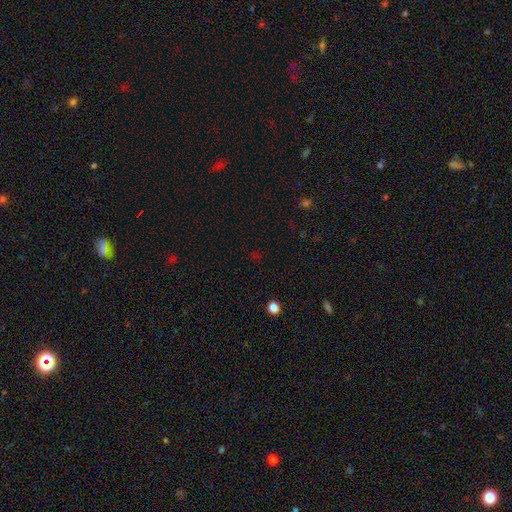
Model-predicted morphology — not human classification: Smooth or featured? star or artifact (59%)